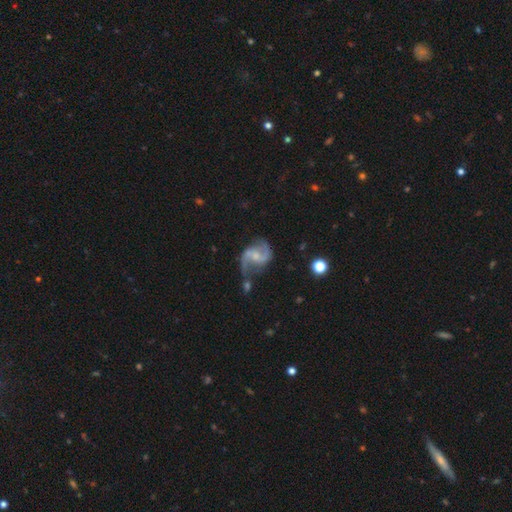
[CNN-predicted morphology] Smooth or featured? featured or disk (88%)
Edge-on disk? no (98%)
Bar? weak (48%)
Spiral arms? yes (97%)
Spiral winding? loose (46%)
Spiral arm count? 2 (92%)
Bulge size? small (47%)
Merging? none (57%)